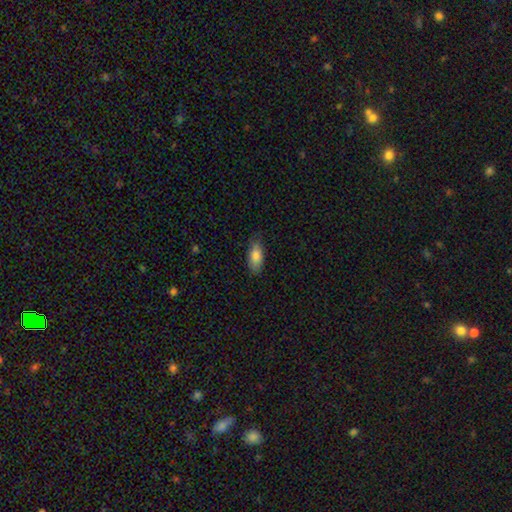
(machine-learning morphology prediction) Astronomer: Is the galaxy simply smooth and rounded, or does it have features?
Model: smooth — 83%.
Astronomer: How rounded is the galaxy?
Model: in between — 86%.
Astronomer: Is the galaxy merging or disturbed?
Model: none — 76%.